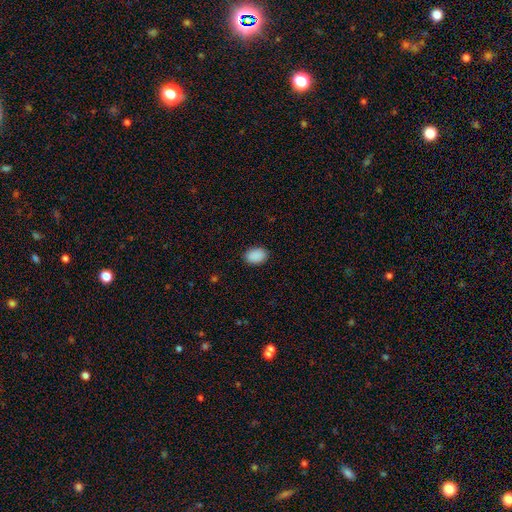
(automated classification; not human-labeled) Smooth or featured? Predicted: smooth (p=0.90). How rounded? Predicted: in between (p=0.78). Merging? Predicted: none (p=0.89).